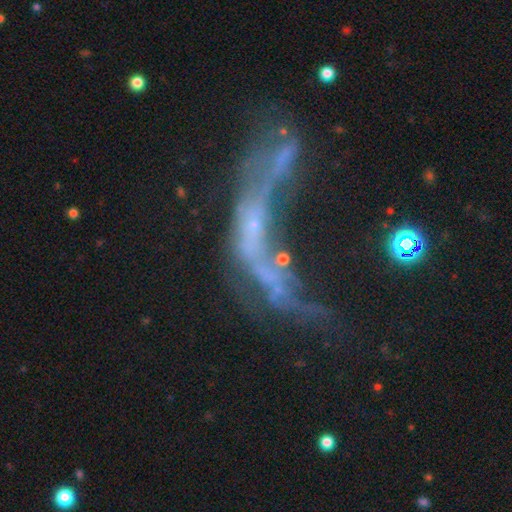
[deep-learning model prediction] Smooth or featured?
  - featured or disk: 57% *
  - star or artifact: 24%
  - smooth: 19%
Edge-on disk?
  - no: 79% *
  - yes: 21%
Merging?
  - major disturbance: 38% *
  - merger: 37%
  - none: 16%
  - minor disturbance: 9%